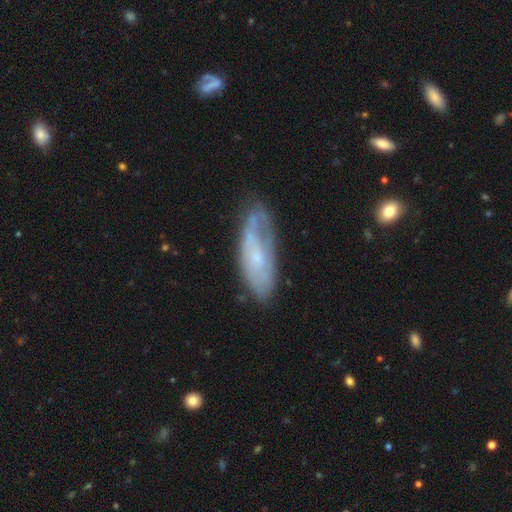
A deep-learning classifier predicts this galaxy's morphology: A featured or disk galaxy (57%). Merging: none (56%).